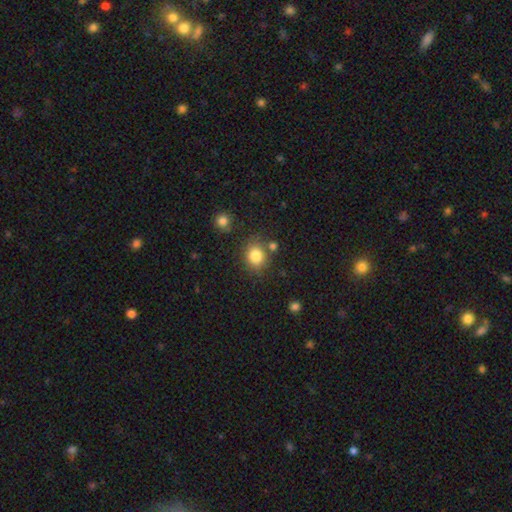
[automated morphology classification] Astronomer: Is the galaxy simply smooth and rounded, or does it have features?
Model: smooth — 82%.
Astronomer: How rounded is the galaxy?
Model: round — 72%.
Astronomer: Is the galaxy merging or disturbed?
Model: none — 75%.